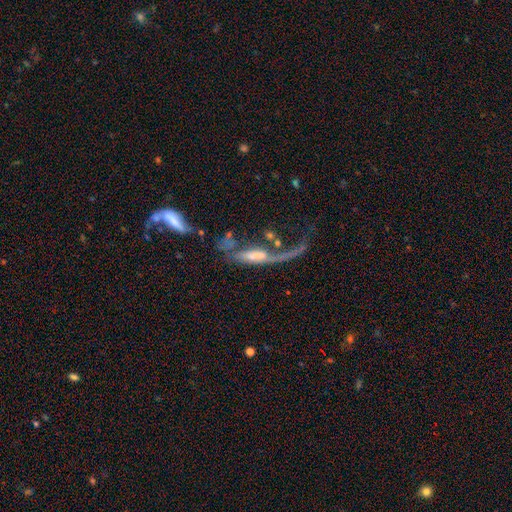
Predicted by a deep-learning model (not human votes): Smooth or featured? Predicted: featured or disk (p=0.55). Edge-on disk? Predicted: no (p=0.75). Merging? Predicted: major disturbance (p=0.50).